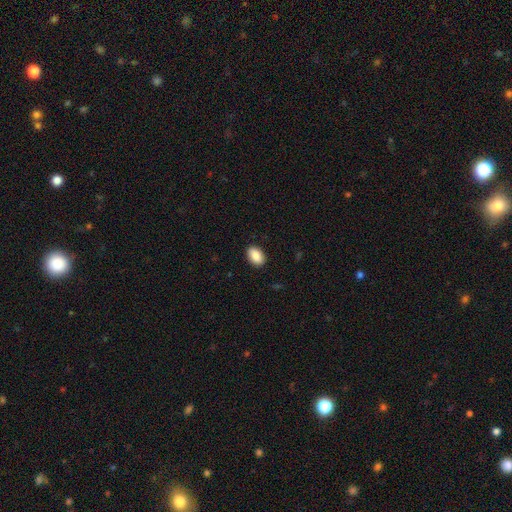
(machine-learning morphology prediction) Smooth or featured? Predicted: smooth (p=0.89). How rounded? Predicted: in between (p=0.88). Merging? Predicted: none (p=0.89).